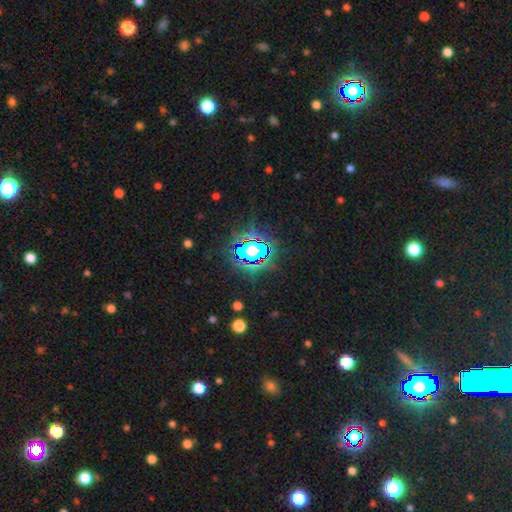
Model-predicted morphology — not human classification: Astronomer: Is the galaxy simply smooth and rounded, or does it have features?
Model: star or artifact — 67%.